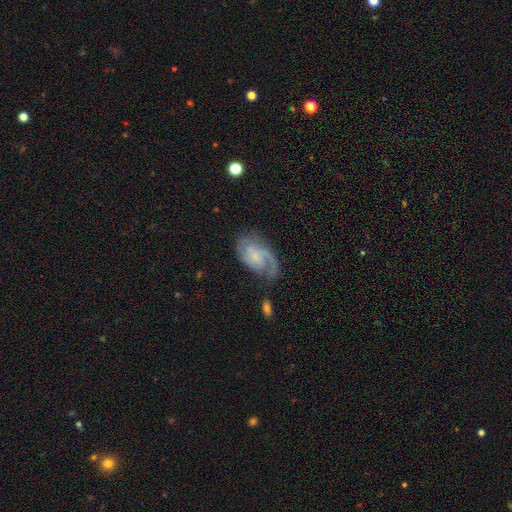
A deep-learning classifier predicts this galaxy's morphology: smooth_or_featured: featured or disk (p=0.72) [alt: smooth p=0.21]
disk_edge_on: no (p=0.96) [alt: yes p=0.04]
bar: no (p=0.62) [alt: weak p=0.33]
has_spiral_arms: yes (p=0.92) [alt: no p=0.08]
spiral_winding: medium (p=0.43) [alt: tight p=0.32]
spiral_arm_count: 1 (p=0.42) [alt: 2 p=0.40]
bulge_size: small (p=0.50) [alt: none p=0.29]
merging: none (p=0.53) [alt: minor disturbance p=0.24]